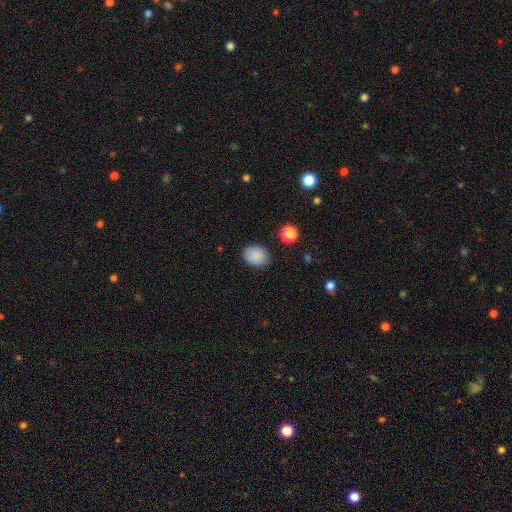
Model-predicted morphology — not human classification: Smooth or featured?
  - smooth: 87% *
  - star or artifact: 9%
  - featured or disk: 4%
How rounded?
  - in between: 56% *
  - round: 44%
  - cigar-shaped: 1%
Merging?
  - none: 85% *
  - minor disturbance: 11%
  - major disturbance: 3%
  - merger: 1%